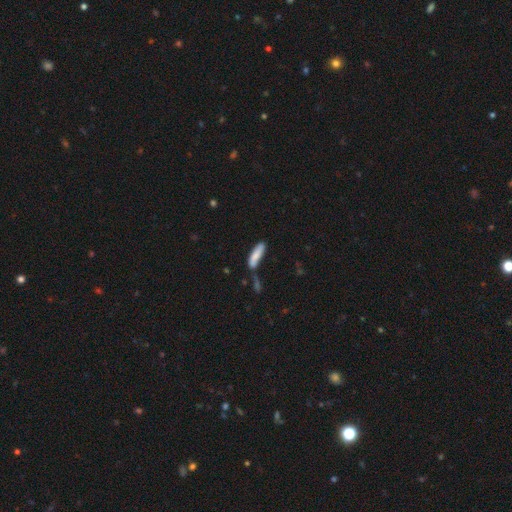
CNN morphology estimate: smooth_or_featured: smooth (p=0.79) [alt: featured or disk p=0.15]
how_rounded: cigar-shaped (p=0.60) [alt: in between p=0.38]
merging: none (p=0.50) [alt: minor disturbance p=0.24]